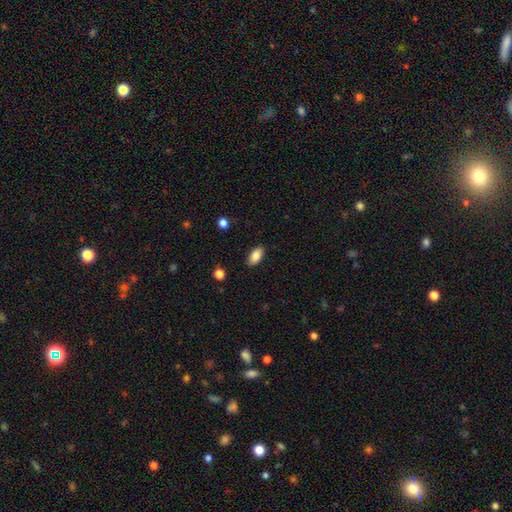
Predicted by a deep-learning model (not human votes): A smooth galaxy with no disk features (86%) that is in between round and cigar-shaped (92%). Merging: none (86%).